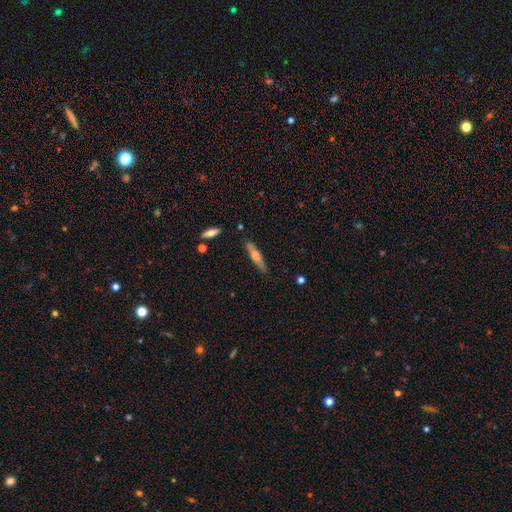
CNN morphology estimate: Smooth or featured? smooth (49%)
Merging? none (83%)